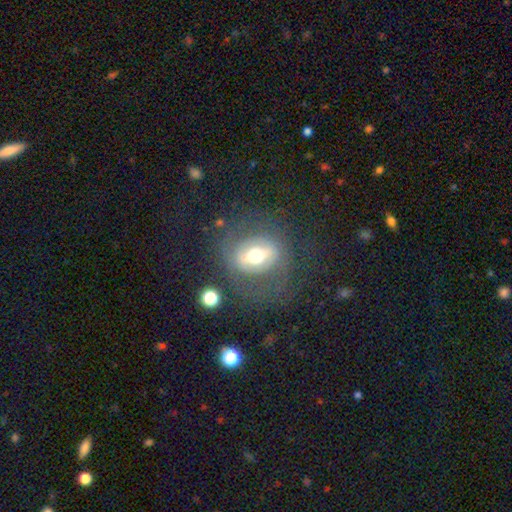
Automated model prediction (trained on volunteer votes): A featured or disk galaxy (58%) with a strong bar (48%), no spiral arms (67%) and a moderate central bulge (67%).

Vote fractions:
- Smooth or featured? featured or disk: 58% / smooth: 32% / star or artifact: 10%
- Edge-on disk? no: 88% / yes: 12%
- Bar? strong: 48% / weak: 30% / no: 22%
- Spiral arms? no: 67% / yes: 33%
- Bulge size? moderate: 67% / large: 20% / small: 10% / dominant: 3% / none: 1%
- Merging? none: 68% / major disturbance: 15% / minor disturbance: 15% / merger: 3%